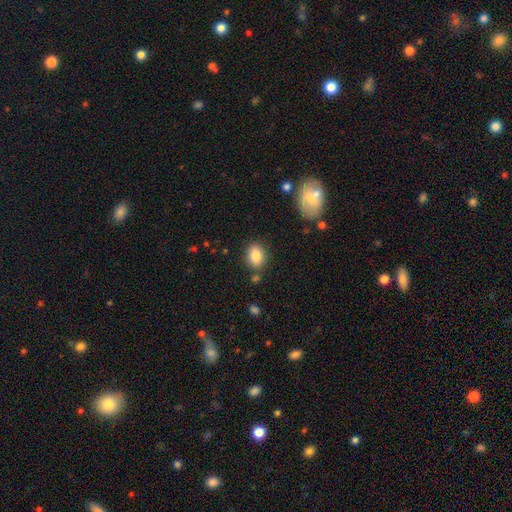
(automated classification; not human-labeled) smooth_or_featured: smooth (p=0.84) [alt: star or artifact p=0.09]
how_rounded: in between (p=0.72) [alt: round p=0.27]
merging: none (p=0.81) [alt: minor disturbance p=0.11]